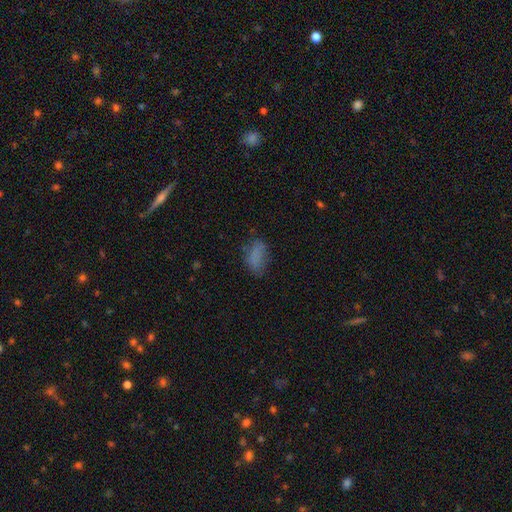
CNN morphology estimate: type=smooth (78%); roundness=in between (89%); merging=none (62%).